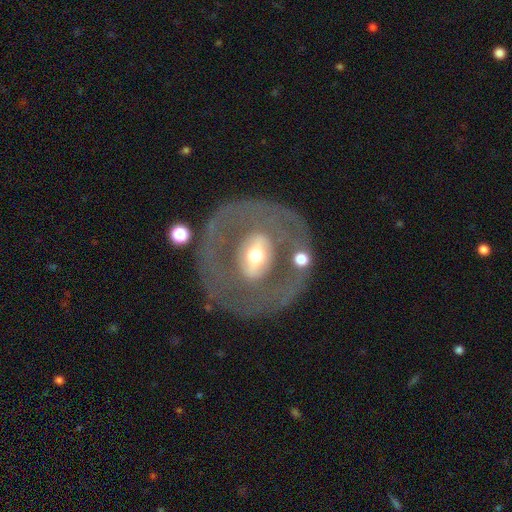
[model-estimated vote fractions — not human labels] This is likely a featured or disk galaxy (70%). It is clearly not viewed edge-on (93%). Bar: marginally no (37%). Spiral arm pattern: likely no (73%). Central bulge: likely moderate (63%). Merging: likely none (66%).